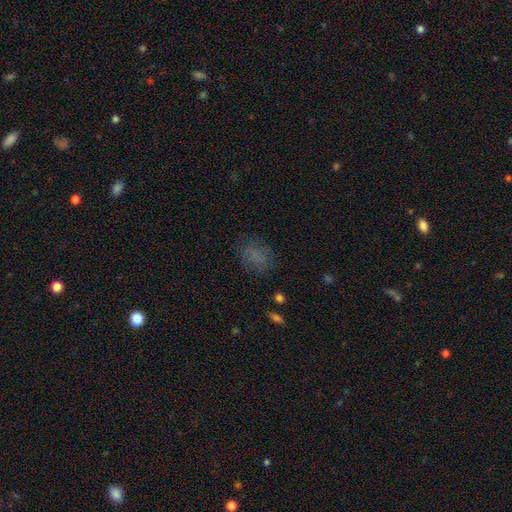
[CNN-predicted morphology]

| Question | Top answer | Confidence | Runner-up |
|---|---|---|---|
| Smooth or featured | smooth | 70% | star or artifact (18%) |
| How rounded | round | 59% | in between (39%) |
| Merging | none | 76% | minor disturbance (16%) |